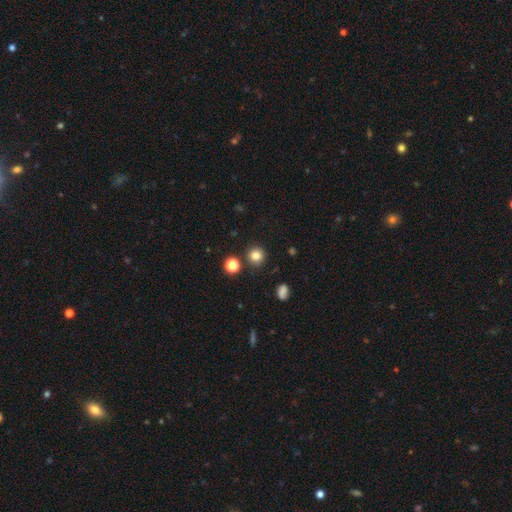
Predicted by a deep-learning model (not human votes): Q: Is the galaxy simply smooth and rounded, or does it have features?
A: smooth — 82%.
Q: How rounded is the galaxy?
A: round — 92%.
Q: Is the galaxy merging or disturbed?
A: none — 86%.